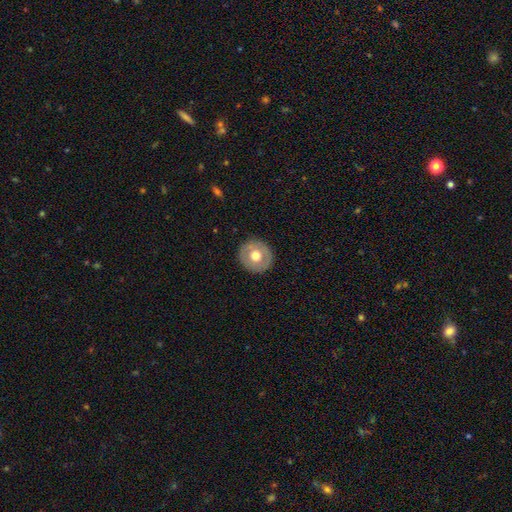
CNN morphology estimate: The model was most divided on "smooth or featured": smooth: 57%, featured or disk: 36%, star or artifact: 6%. More confident: how rounded — round (92%); merging — none (90%).